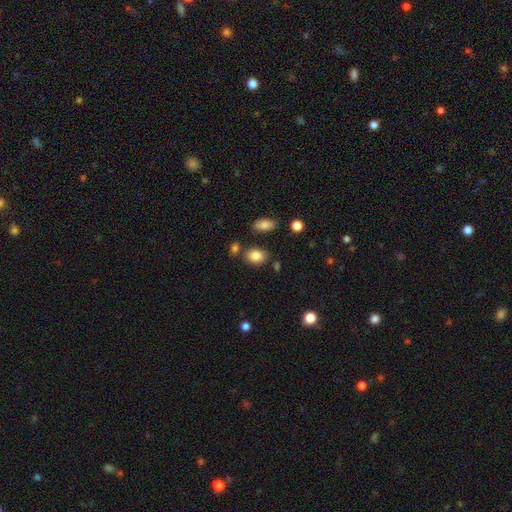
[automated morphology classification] Q: Smooth or featured?
A: smooth (84%); runner-up: star or artifact (9%)
Q: How rounded?
A: in between (71%); runner-up: round (28%)
Q: Merging?
A: none (78%); runner-up: minor disturbance (12%)